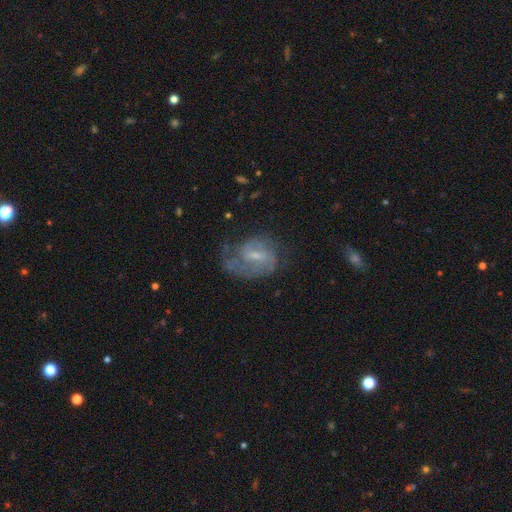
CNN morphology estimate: This appears to be a featured or disk galaxy (73%) with a weak bar (59%), 2 (45%) medium (44%) spiral arms (84%) and a small central bulge (57%). Merging: none (48%).